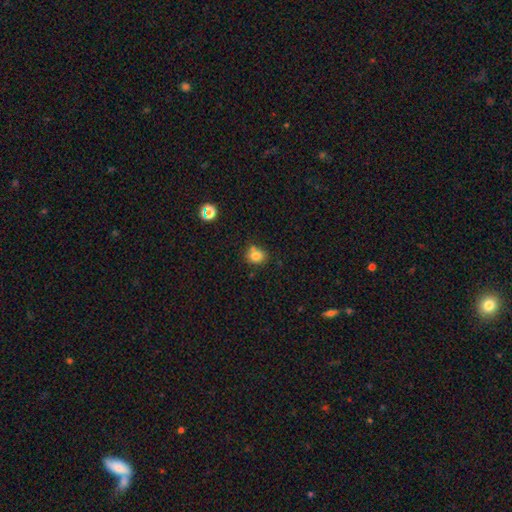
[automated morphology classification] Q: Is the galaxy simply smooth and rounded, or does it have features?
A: smooth — 80%.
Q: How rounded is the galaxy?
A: round — 65%.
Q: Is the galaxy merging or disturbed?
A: none — 63%.